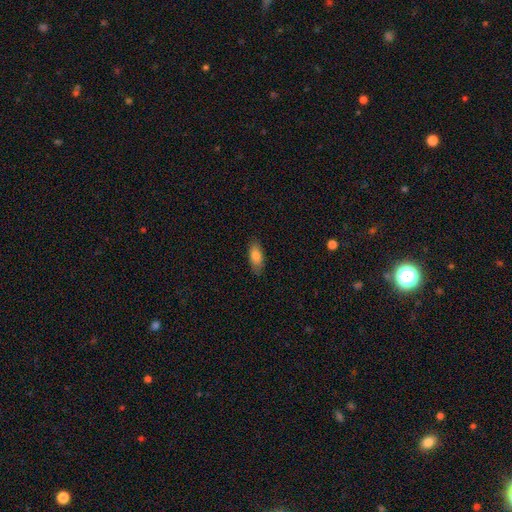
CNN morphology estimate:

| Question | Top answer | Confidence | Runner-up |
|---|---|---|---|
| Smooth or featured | smooth | 84% | featured or disk (10%) |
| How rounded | in between | 83% | cigar-shaped (14%) |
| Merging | none | 83% | minor disturbance (13%) |